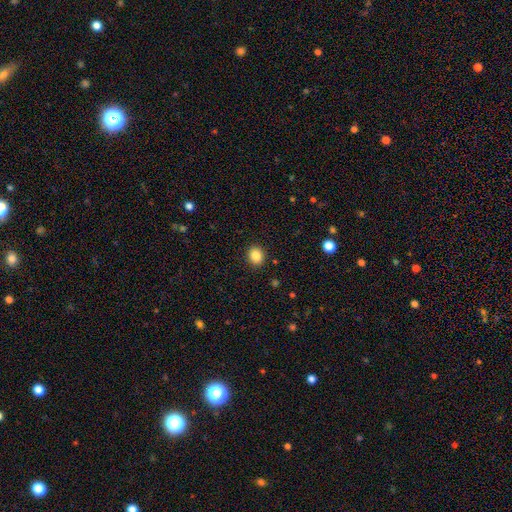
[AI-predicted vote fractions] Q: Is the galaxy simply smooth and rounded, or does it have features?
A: smooth — 86%.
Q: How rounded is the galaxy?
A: round — 60%.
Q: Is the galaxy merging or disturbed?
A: none — 90%.